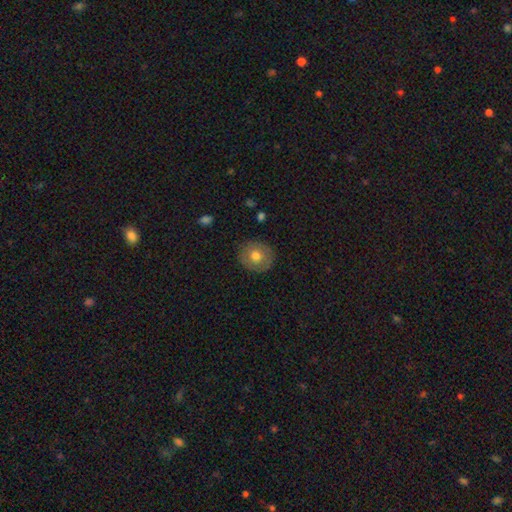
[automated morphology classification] This is likely a smooth galaxy (68%). How rounded: clearly round (86%). Merging: clearly none (87%).